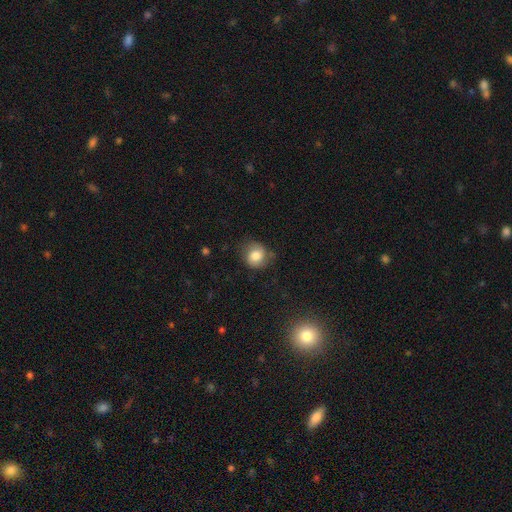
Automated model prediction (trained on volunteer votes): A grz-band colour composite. It shows a smooth galaxy with no disk features (78%) that is round (77%). Merging: none (67%).